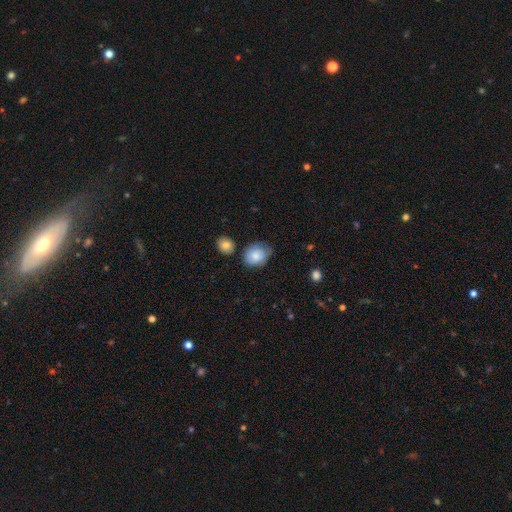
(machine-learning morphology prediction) Overall: smooth (81%). How rounded: in between (51%; round 48%). Merging: none (57%; minor disturbance 31%).